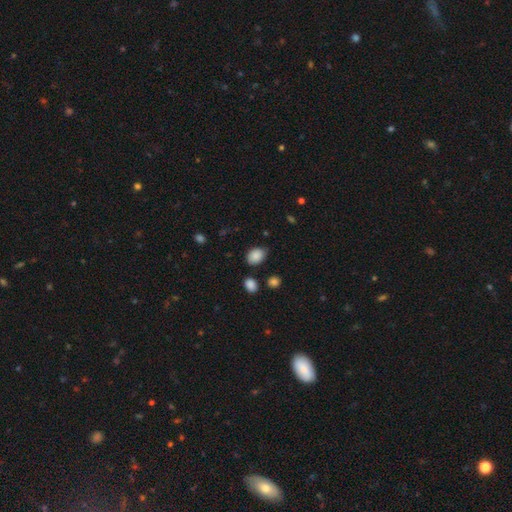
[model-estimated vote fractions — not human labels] smooth 87%, star or artifact 8%, featured or disk 4%. Down the decision tree: how rounded — in between (73%); merging — none (71%).